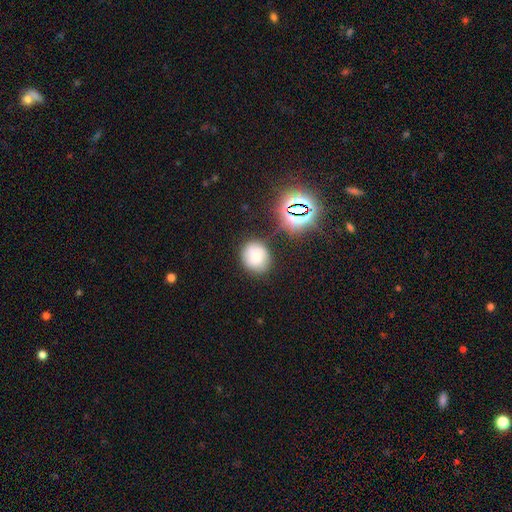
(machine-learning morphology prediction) type=smooth (68%); roundness=round (76%); merging=none (74%).